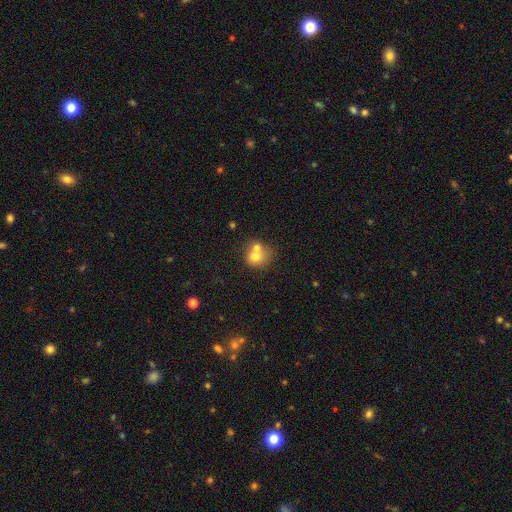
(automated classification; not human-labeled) Smooth or featured?
  - smooth: 68% *
  - featured or disk: 22%
  - star or artifact: 11%
How rounded?
  - round: 78% *
  - in between: 21%
  - cigar-shaped: 1%
Merging?
  - merger: 57% *
  - none: 32%
  - minor disturbance: 7%
  - major disturbance: 3%